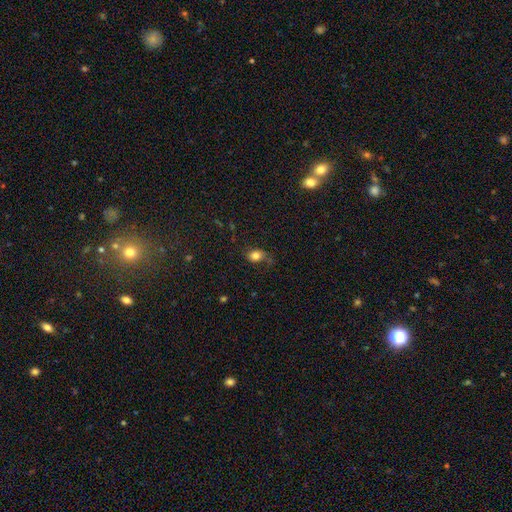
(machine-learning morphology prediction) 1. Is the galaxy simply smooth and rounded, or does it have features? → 80% smooth, 12% star or artifact, 8% featured or disk.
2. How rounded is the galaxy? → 62% in between, 36% round, 1% cigar-shaped.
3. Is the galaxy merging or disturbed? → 67% none, 22% minor disturbance, 8% major disturbance, 2% merger.